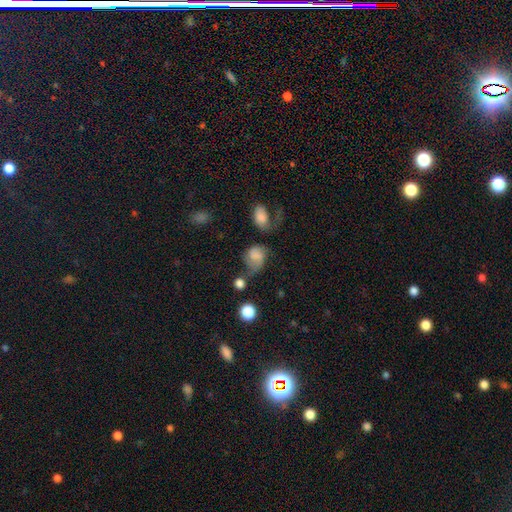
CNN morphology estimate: Smooth or featured: smooth — 58% (featured or disk — 31%)
How rounded: round — 53% (in between — 46%)
Merging: none — 34% (major disturbance — 28%)